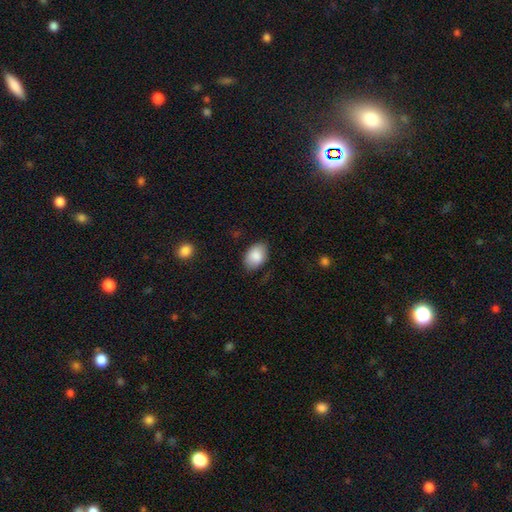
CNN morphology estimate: The model was most divided on "merging": none: 80%, minor disturbance: 15%, major disturbance: 4%, merger: 1%. More confident: how rounded — in between (89%); smooth or featured — smooth (87%).